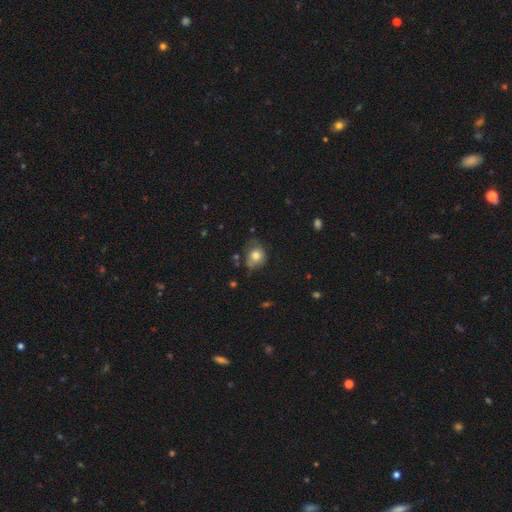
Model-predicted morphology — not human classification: type=smooth (77%); roundness=round (61%); merging=none (51%).